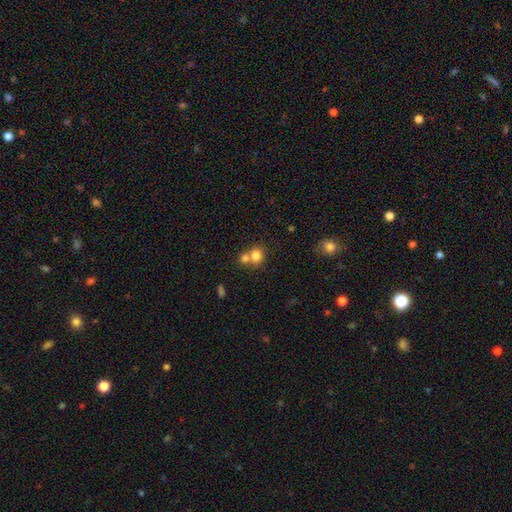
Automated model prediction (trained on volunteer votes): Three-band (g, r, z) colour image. It shows a smooth galaxy with no disk features (79%) that is round (72%). Merging: merger (49%).